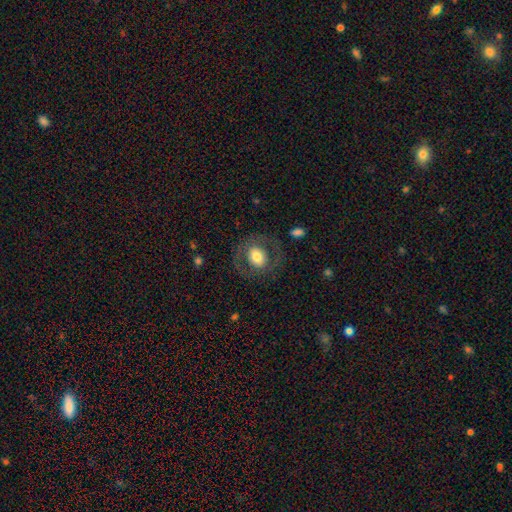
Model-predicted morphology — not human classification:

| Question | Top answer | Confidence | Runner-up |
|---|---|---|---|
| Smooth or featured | smooth | 57% | featured or disk (36%) |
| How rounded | round | 62% | in between (37%) |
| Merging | none | 77% | minor disturbance (11%) |